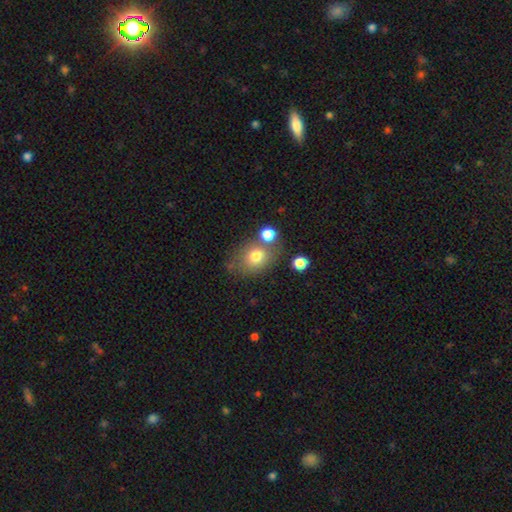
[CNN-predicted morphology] Smooth or featured? Predicted: smooth (p=0.75). How rounded? Predicted: in between (p=0.50). Merging? Predicted: none (p=0.54).